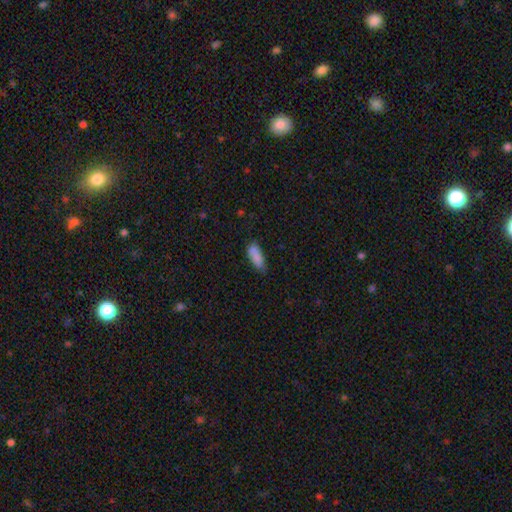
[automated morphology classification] smooth_or_featured: smooth (p=0.84) [alt: featured or disk p=0.08]
how_rounded: in between (p=0.73) [alt: cigar-shaped p=0.25]
merging: none (p=0.59) [alt: minor disturbance p=0.30]